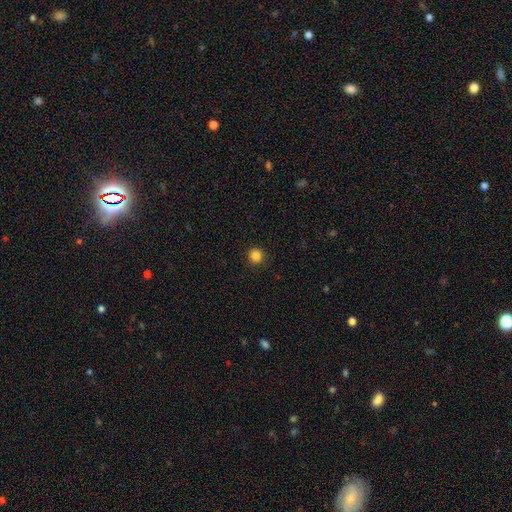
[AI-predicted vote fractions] Morphology: type=smooth (85%); roundness=round (95%); merging=none (93%).